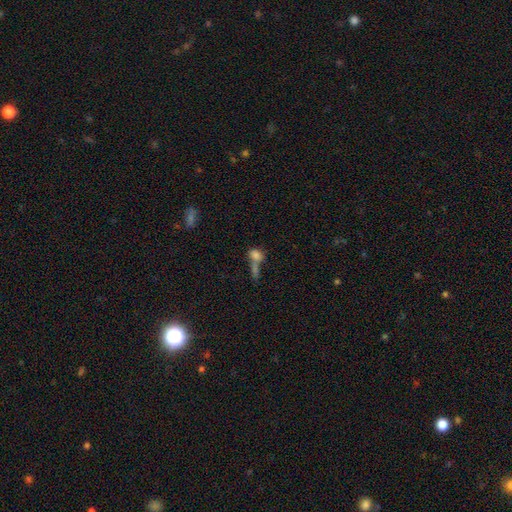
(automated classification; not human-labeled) Smooth or featured? Predicted: smooth (p=0.72). How rounded? Predicted: in between (p=0.62). Merging? Predicted: merger (p=0.55).